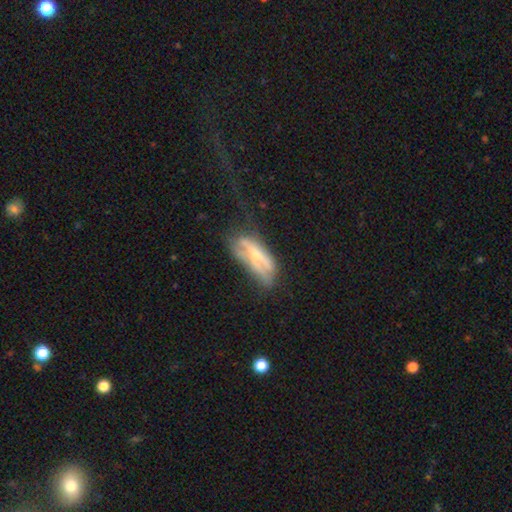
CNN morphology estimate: Overall: featured or disk (61%; smooth 31%). Edge-on disk: no (69%; yes 31%). Merging: none (35%; major disturbance 32%).